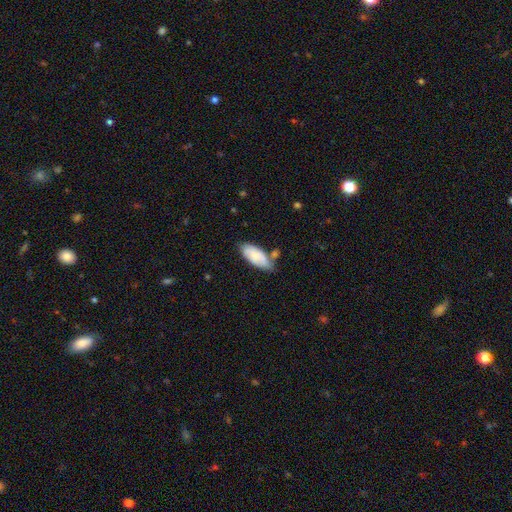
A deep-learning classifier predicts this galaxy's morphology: Smooth or featured? smooth (73%)
How rounded? in between (87%)
Merging? none (60%)